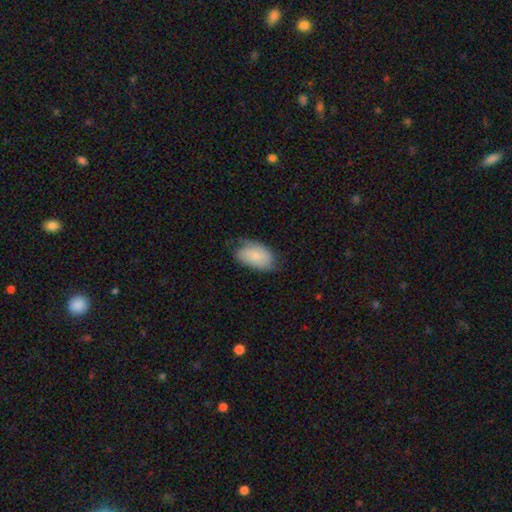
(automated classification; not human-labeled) smooth 70%, featured or disk 24%, star or artifact 7%. Down the decision tree: how rounded — in between (93%); merging — none (56%).